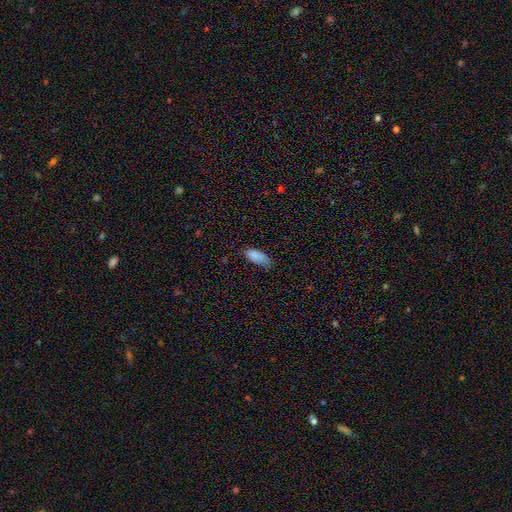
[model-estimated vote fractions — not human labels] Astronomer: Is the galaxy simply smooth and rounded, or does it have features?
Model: smooth — 86%.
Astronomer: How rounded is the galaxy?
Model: in between — 90%.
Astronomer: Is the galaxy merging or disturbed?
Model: none — 58% (runner-up: minor disturbance, 33%).